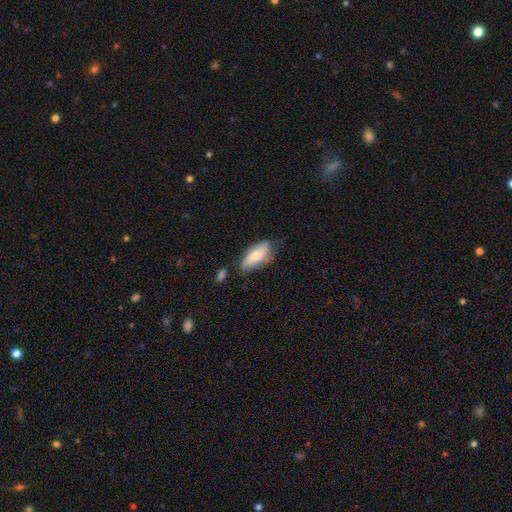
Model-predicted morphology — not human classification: Smooth or featured?
  - smooth: 63% *
  - featured or disk: 30%
  - star or artifact: 7%
How rounded?
  - in between: 82% *
  - cigar-shaped: 16%
  - round: 2%
Merging?
  - none: 55% *
  - minor disturbance: 32%
  - major disturbance: 9%
  - merger: 5%